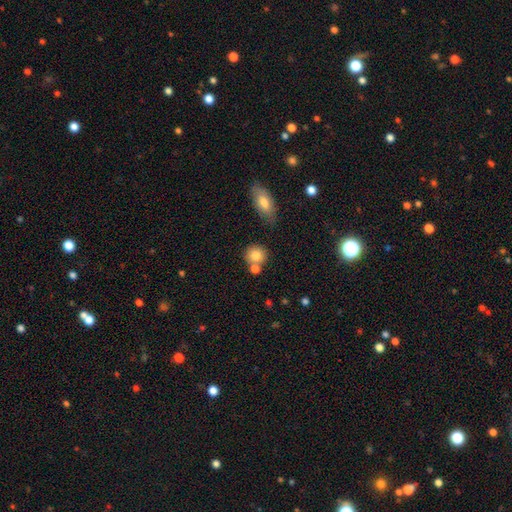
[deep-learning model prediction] Smooth or featured?
  - smooth: 82% *
  - featured or disk: 9%
  - star or artifact: 9%
How rounded?
  - round: 85% *
  - in between: 14%
  - cigar-shaped: 1%
Merging?
  - none: 63% *
  - merger: 22%
  - minor disturbance: 11%
  - major disturbance: 3%